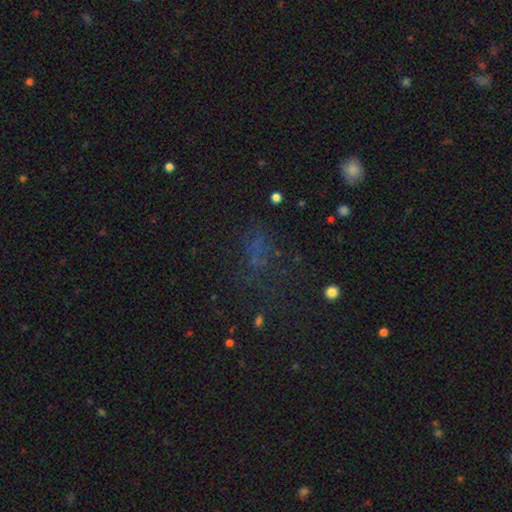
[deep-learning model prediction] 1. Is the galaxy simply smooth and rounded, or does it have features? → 46% star or artifact, 37% smooth, 17% featured or disk.